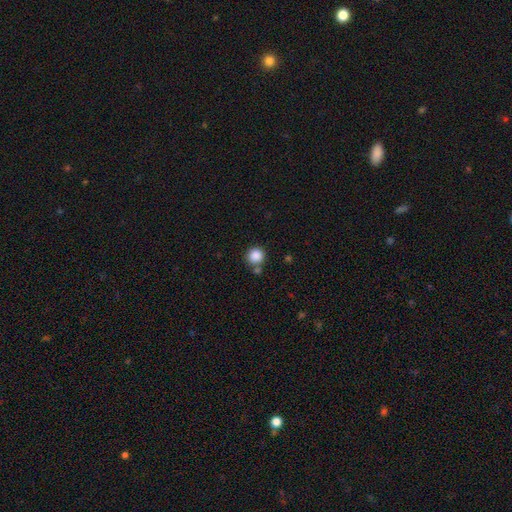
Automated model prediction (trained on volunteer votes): Overall: smooth (86%). How rounded: round (92%). Merging: none (71%).